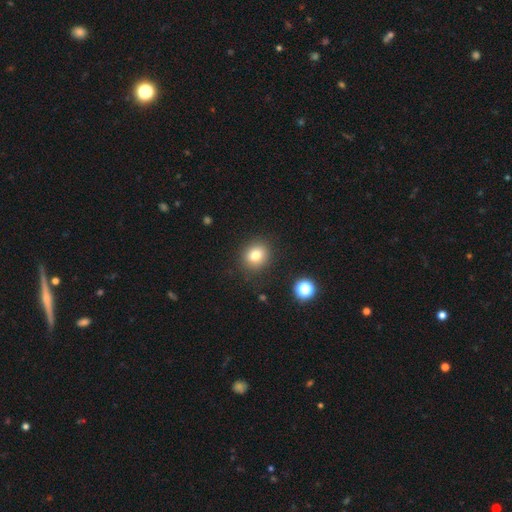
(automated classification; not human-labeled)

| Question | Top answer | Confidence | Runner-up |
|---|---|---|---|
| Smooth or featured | smooth | 79% | star or artifact (12%) |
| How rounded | round | 77% | in between (22%) |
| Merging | none | 86% | minor disturbance (9%) |